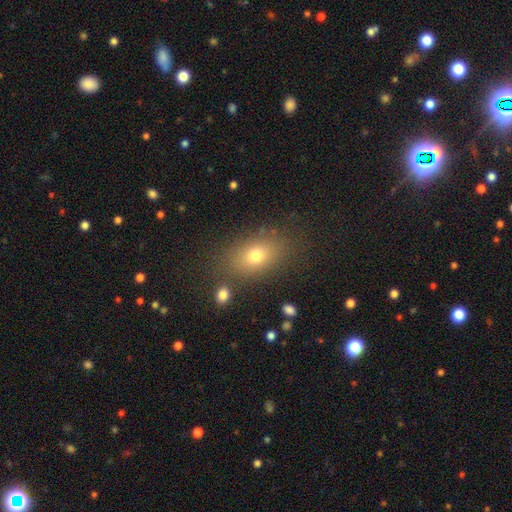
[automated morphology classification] This appears to be a smooth galaxy with no disk features (72%) that is in between round and cigar-shaped (80%). Merging: none (80%).